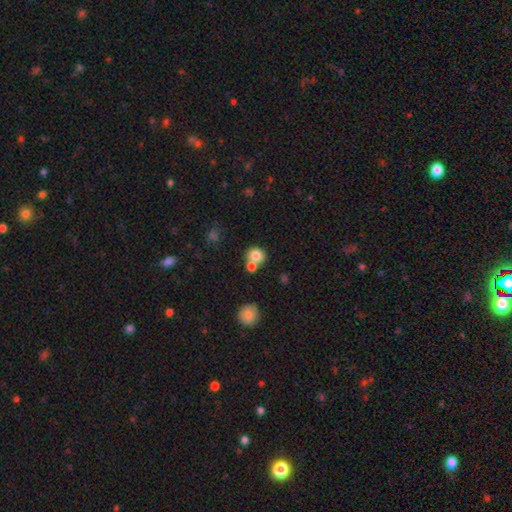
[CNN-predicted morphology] Overall: smooth (79%). How rounded: round (78%). Merging: none (46%; merger 42%).